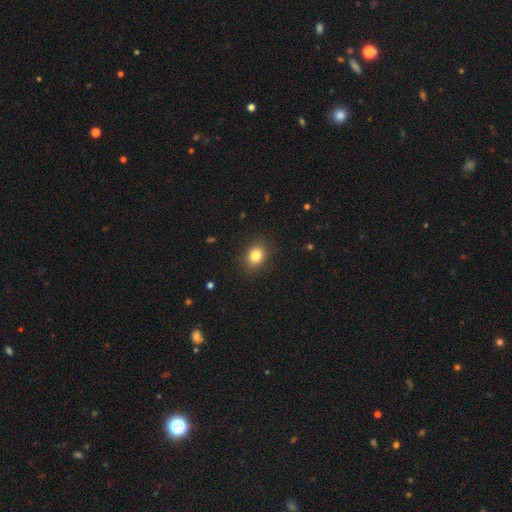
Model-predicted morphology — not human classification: smooth-or-featured: smooth: 83% | star or artifact: 11% | featured or disk: 6%
  how-rounded: round: 52% | in between: 47% | cigar-shaped: 1%
  merging: none: 88% | minor disturbance: 8% | major disturbance: 3% | merger: 1%